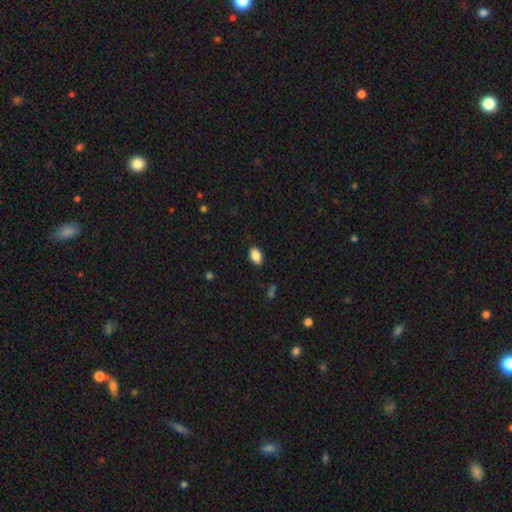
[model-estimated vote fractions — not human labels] smooth-or-featured: smooth: 88% | star or artifact: 8% | featured or disk: 4%
  how-rounded: in between: 86% | round: 13% | cigar-shaped: 1%
  merging: none: 87% | minor disturbance: 10% | major disturbance: 2% | merger: 1%